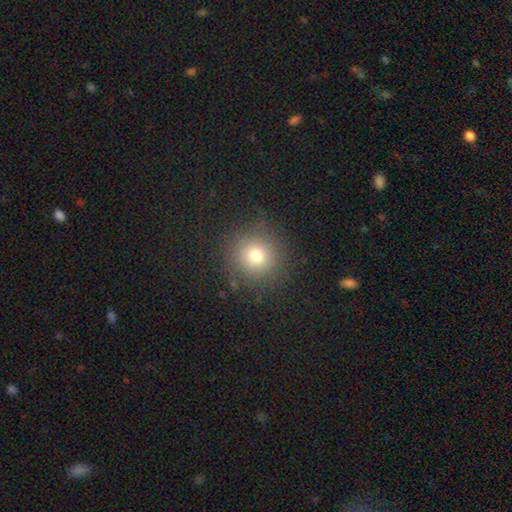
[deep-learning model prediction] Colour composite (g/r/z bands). It shows a smooth galaxy with no disk features (73%) that is round (94%). Merging: none (85%).